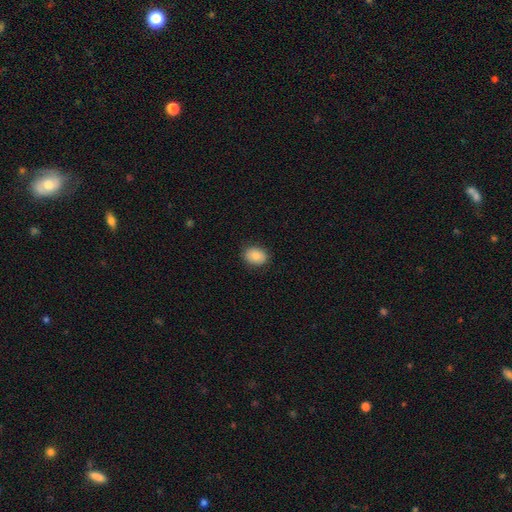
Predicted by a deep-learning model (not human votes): Smooth or featured? Predicted: smooth (p=0.84). How rounded? Predicted: in between (p=0.56). Merging? Predicted: none (p=0.87).